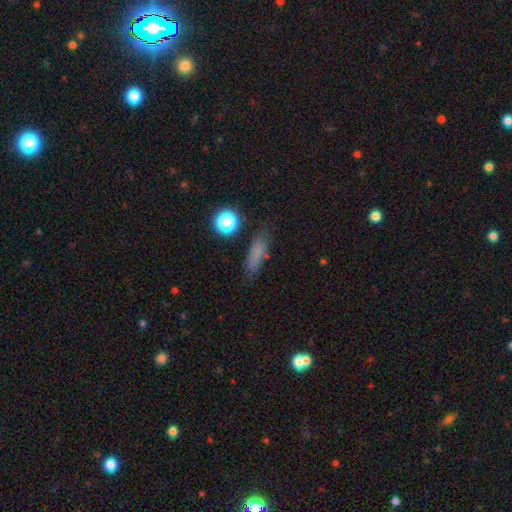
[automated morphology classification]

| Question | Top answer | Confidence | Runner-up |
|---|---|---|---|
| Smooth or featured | smooth | 74% | star or artifact (15%) |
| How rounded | cigar-shaped | 52% | in between (41%) |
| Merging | none | 73% | minor disturbance (18%) |